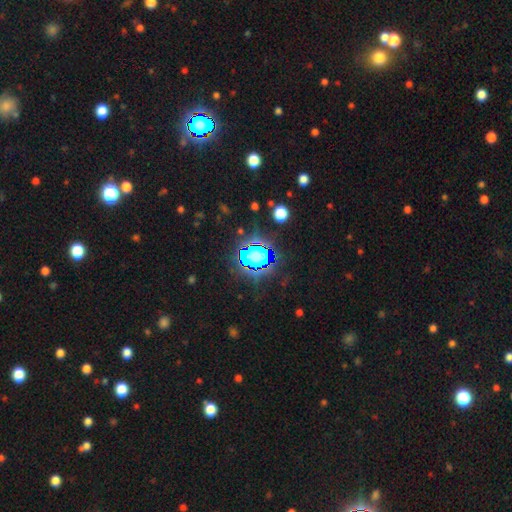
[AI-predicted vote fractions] This is possibly a star or artifact rather than a galaxy (59%).